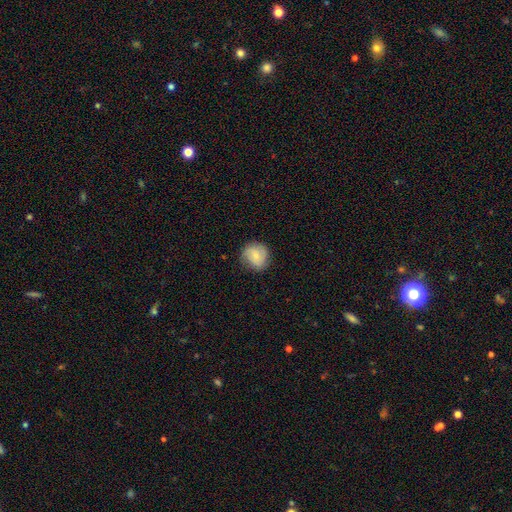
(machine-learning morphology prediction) smooth-or-featured: smooth: 64% | featured or disk: 28% | star or artifact: 7%
  how-rounded: round: 85% | in between: 14% | cigar-shaped: 1%
  merging: none: 75% | minor disturbance: 19% | major disturbance: 5% | merger: 1%